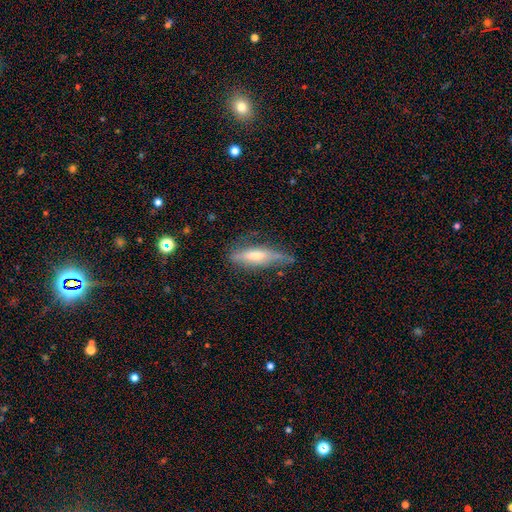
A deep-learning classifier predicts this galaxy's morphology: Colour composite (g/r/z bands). It shows a featured or disk galaxy (47%). Merging: none (57%).